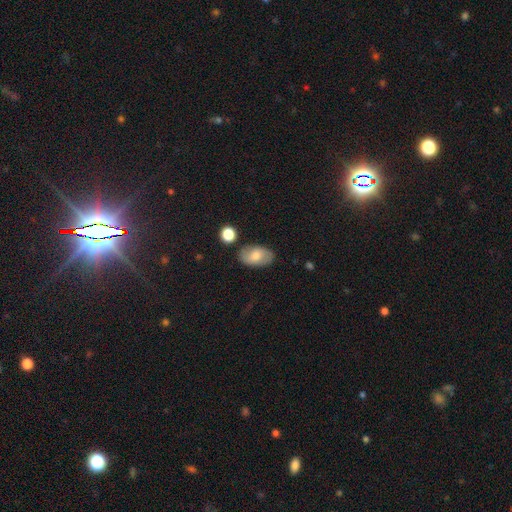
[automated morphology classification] Q: Smooth or featured?
A: smooth (68%); runner-up: featured or disk (25%)
Q: How rounded?
A: in between (91%); runner-up: round (8%)
Q: Merging?
A: none (78%); runner-up: minor disturbance (14%)